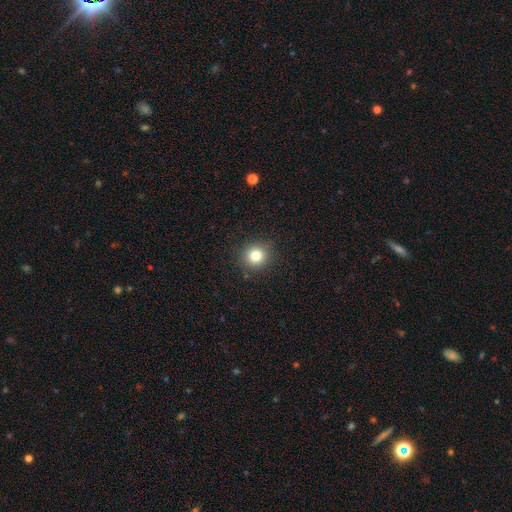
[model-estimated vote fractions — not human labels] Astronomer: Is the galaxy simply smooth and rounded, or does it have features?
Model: smooth — 81%.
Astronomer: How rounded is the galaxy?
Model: round — 90%.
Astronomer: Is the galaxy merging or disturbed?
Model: none — 89%.